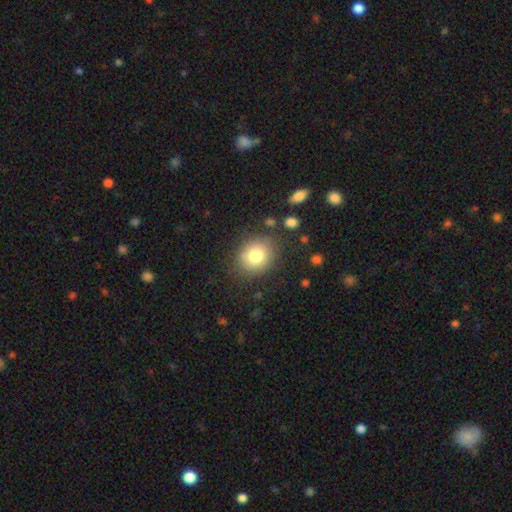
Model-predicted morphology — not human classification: Overall: smooth (79%). How rounded: round (71%). Merging: none (82%).